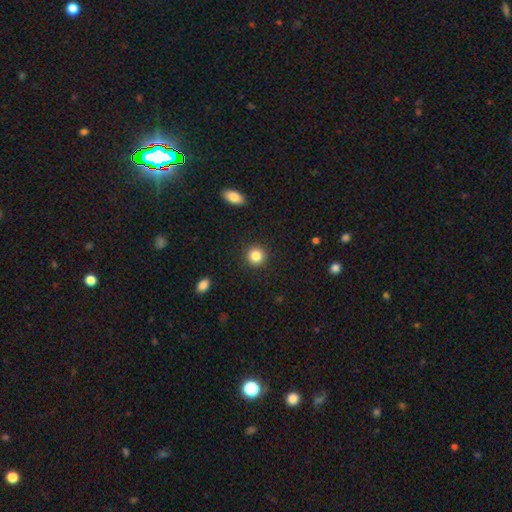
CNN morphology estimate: smooth-or-featured: smooth: 85% | star or artifact: 10% | featured or disk: 5%
  how-rounded: round: 93% | in between: 6% | cigar-shaped: 1%
  merging: none: 92% | minor disturbance: 5% | major disturbance: 2% | merger: 1%